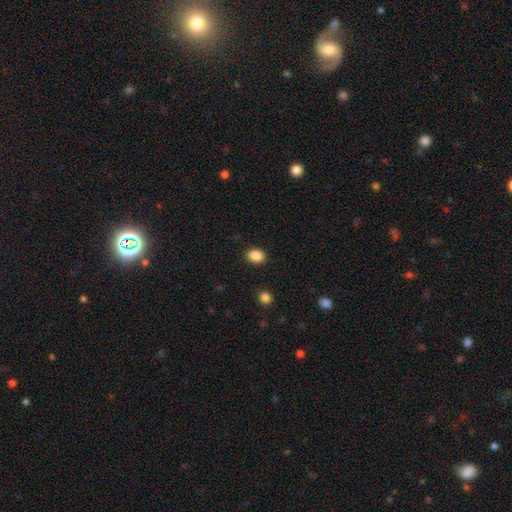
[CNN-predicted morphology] Smooth or featured?
  - smooth: 88% *
  - star or artifact: 9%
  - featured or disk: 3%
How rounded?
  - in between: 64% *
  - round: 35%
  - cigar-shaped: 1%
Merging?
  - none: 89% *
  - minor disturbance: 7%
  - major disturbance: 2%
  - merger: 1%